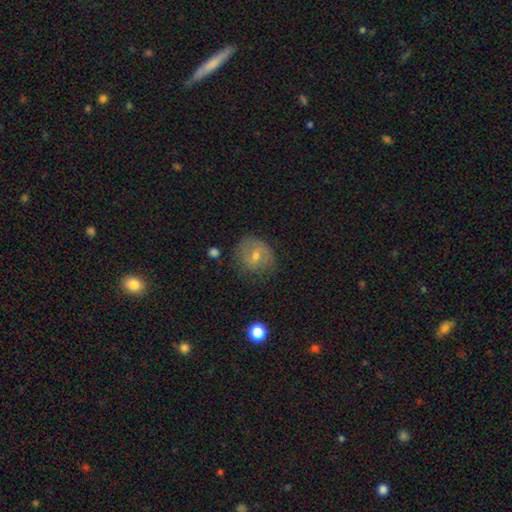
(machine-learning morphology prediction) Smooth or featured? Predicted: smooth (p=0.52). How rounded? Predicted: round (p=0.73). Merging? Predicted: none (p=0.68).